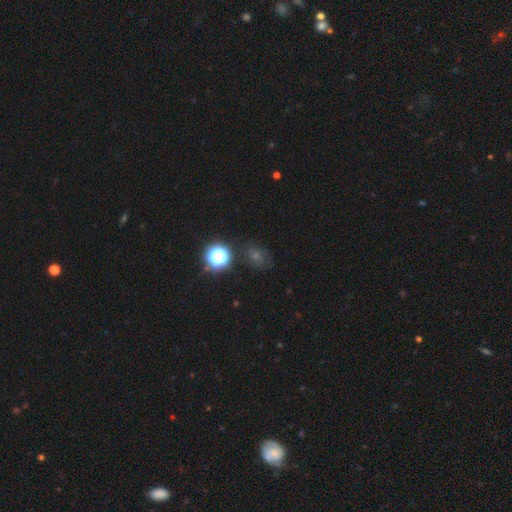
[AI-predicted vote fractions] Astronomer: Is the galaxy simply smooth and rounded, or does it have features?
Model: smooth — 45% (runner-up: star or artifact, 44%).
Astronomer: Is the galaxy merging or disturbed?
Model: none — 75%.